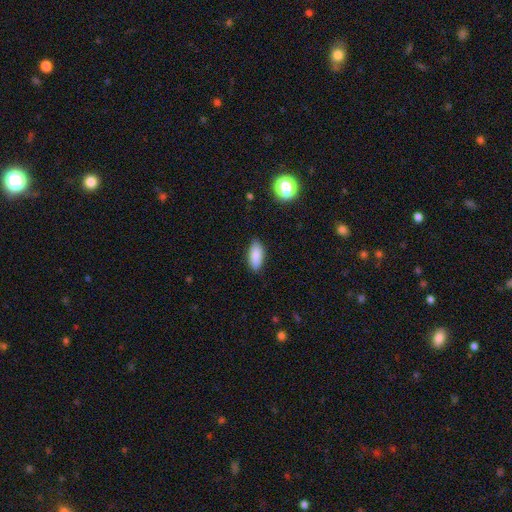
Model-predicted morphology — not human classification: Smooth or featured: smooth — 87% (star or artifact — 7%)
How rounded: in between — 80% (cigar-shaped — 17%)
Merging: none — 86% (minor disturbance — 10%)